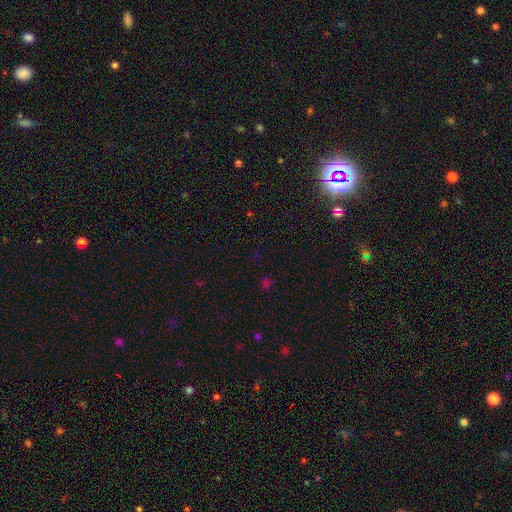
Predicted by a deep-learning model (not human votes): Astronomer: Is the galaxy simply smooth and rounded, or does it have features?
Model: star or artifact — 63%.